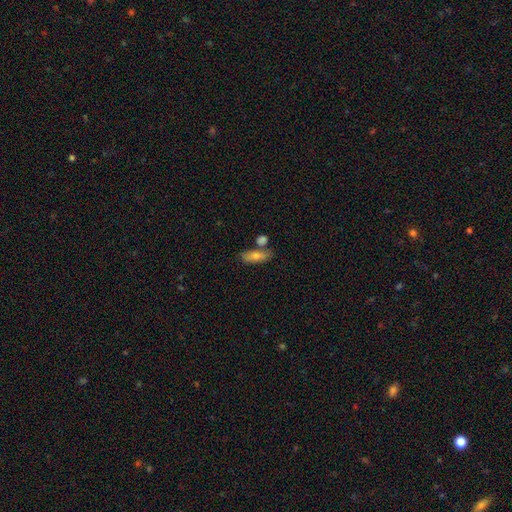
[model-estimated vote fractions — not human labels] smooth 69%, featured or disk 23%, star or artifact 8%. Down the decision tree: how rounded — in between (70%); merging — none (61%).